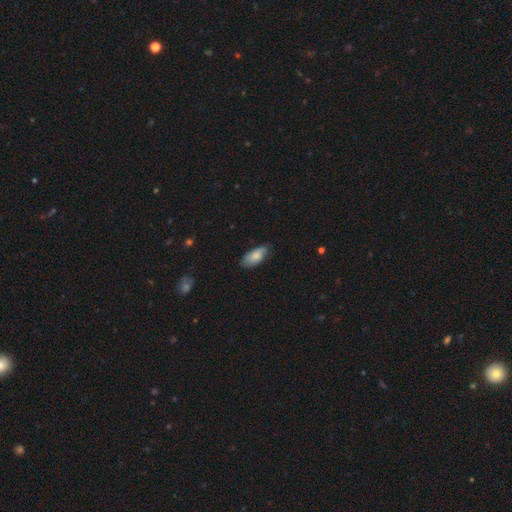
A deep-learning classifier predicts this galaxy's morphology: Smooth or featured: smooth — 75% (featured or disk — 18%)
How rounded: in between — 89% (cigar-shaped — 8%)
Merging: none — 73% (minor disturbance — 23%)